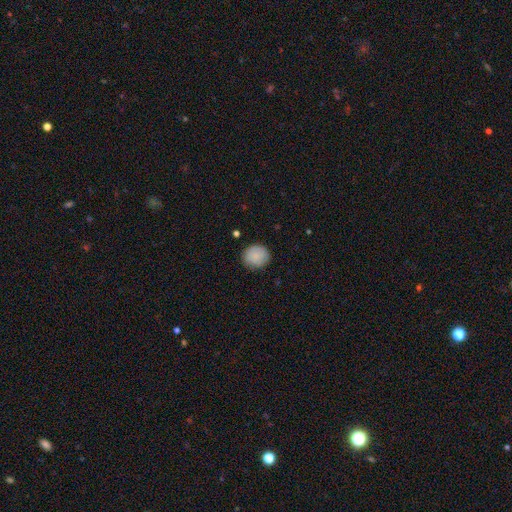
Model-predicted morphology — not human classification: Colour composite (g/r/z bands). It shows a smooth galaxy with no disk features (88%) that is round (80%). Merging: none (85%).